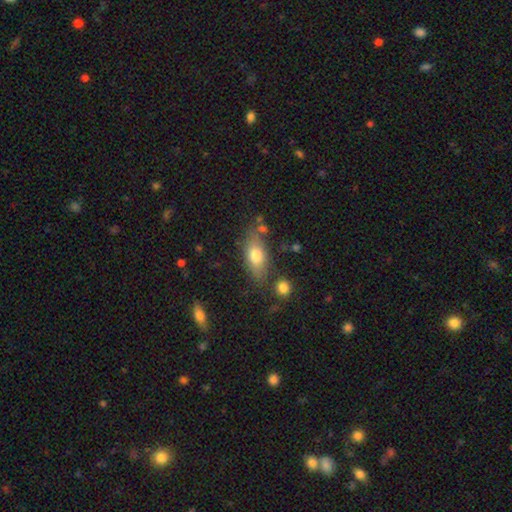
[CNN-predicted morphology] Smooth or featured: smooth — 72% (featured or disk — 20%)
How rounded: in between — 80% (cigar-shaped — 14%)
Merging: none — 72% (minor disturbance — 17%)